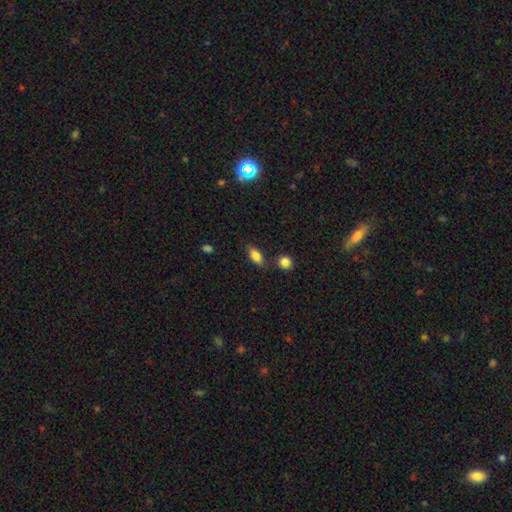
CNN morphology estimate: Overall: smooth (80%). How rounded: in between (82%). Merging: none (75%).